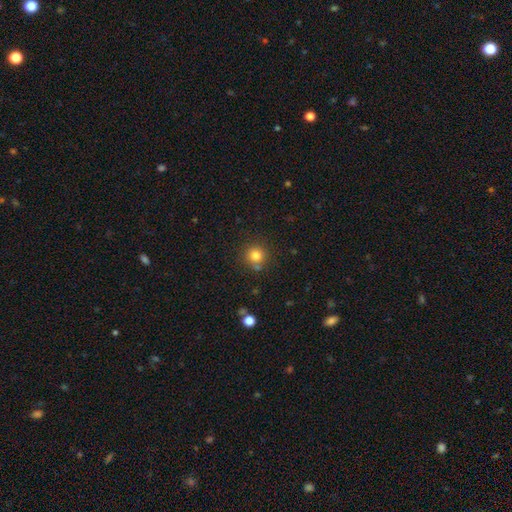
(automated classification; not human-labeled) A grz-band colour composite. It shows a smooth galaxy with no disk features (80%) that is round (93%). Merging: none (79%).